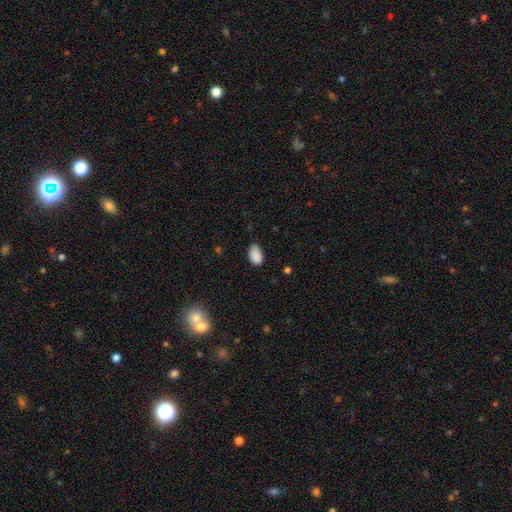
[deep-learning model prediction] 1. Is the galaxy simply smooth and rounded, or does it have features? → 88% smooth, 8% star or artifact, 3% featured or disk.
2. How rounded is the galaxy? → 93% in between, 6% round, 1% cigar-shaped.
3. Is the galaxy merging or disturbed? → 72% none, 23% minor disturbance, 4% major disturbance, 1% merger.